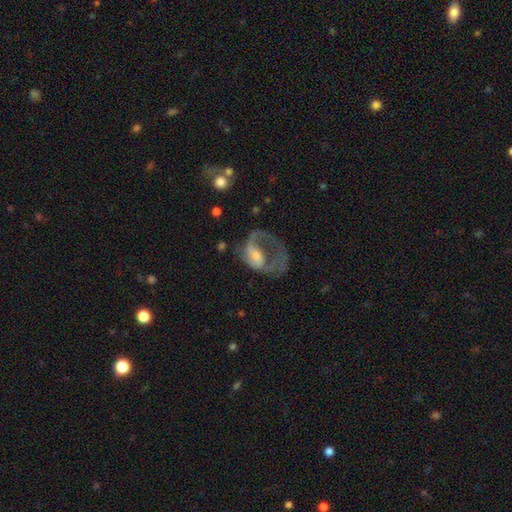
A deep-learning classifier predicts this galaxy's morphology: Smooth or featured: featured or disk — 67% (smooth — 23%)
Edge-on disk: no — 96% (yes — 4%)
Bar: no — 58% (weak — 32%)
Spiral arms: yes — 65% (no — 35%)
Bulge size: small — 48% (moderate — 34%)
Merging: major disturbance — 59% (none — 23%)